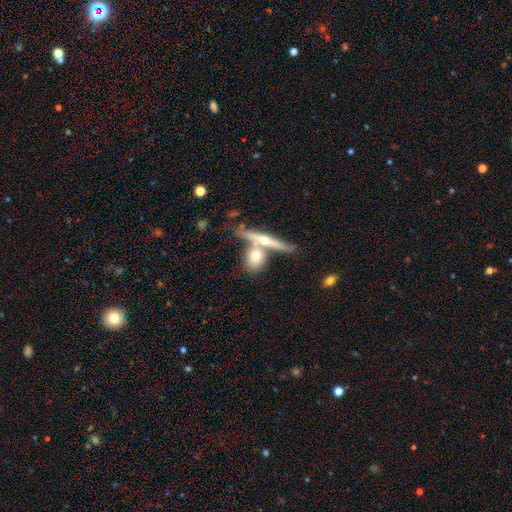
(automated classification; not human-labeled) Q: Smooth or featured?
A: smooth (55%); runner-up: featured or disk (38%)
Q: How rounded?
A: round (41%); runner-up: in between (32%)
Q: Merging?
A: none (47%); runner-up: merger (38%)